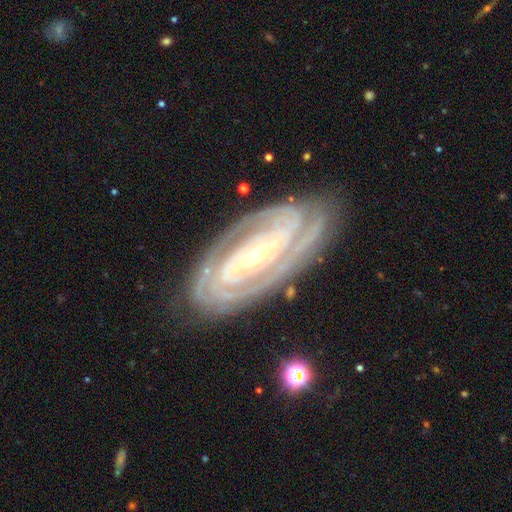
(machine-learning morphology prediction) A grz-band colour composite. It shows a featured or disk galaxy (90%) with no bar (46%), 2 (27%) tight (80%) spiral arms (97%) and a small central bulge (73%). Merging: none (81%).